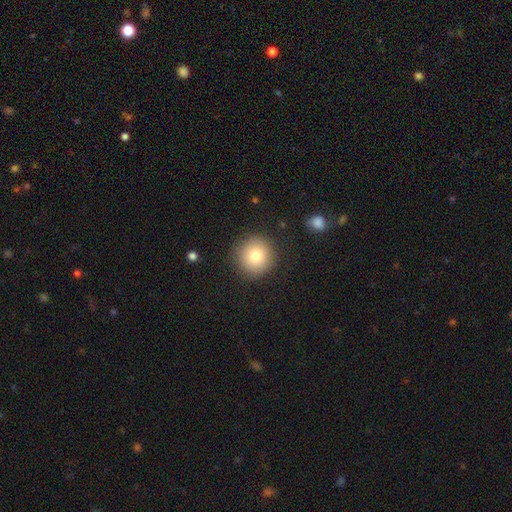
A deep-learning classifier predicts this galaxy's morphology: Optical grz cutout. It shows a smooth galaxy with no disk features (79%) that is round (94%). Merging: none (88%).